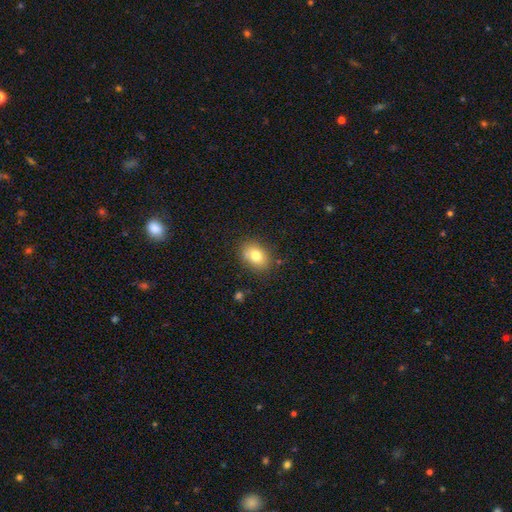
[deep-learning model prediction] Smooth or featured? Predicted: smooth (p=0.78). How rounded? Predicted: in between (p=0.68). Merging? Predicted: none (p=0.78).